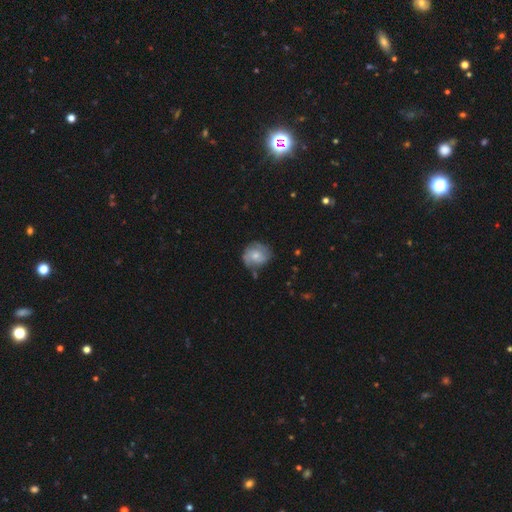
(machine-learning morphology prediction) A smooth galaxy with no disk features (50%). Merging: none (65%).